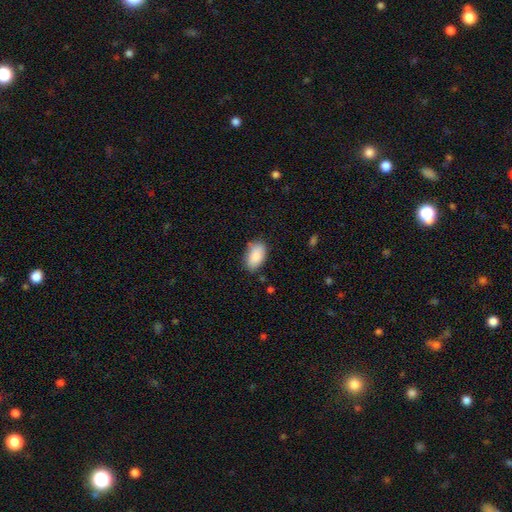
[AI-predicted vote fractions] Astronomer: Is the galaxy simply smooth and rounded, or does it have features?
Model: smooth — 88%.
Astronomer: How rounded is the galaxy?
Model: in between — 93%.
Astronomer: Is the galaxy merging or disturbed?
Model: none — 77%.